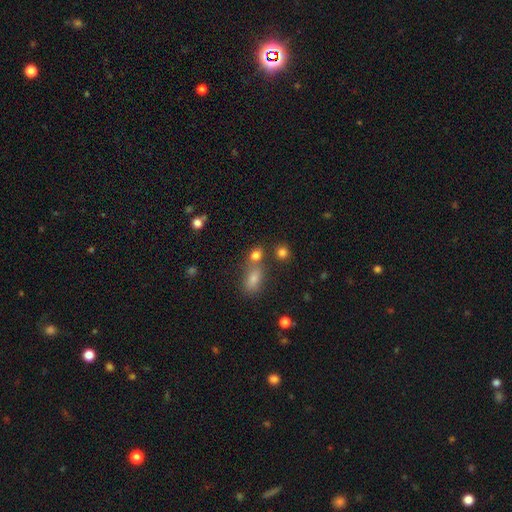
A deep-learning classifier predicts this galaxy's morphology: Overall: smooth (77%). How rounded: round (52%; in between 45%). Merging: none (56%; merger 29%).